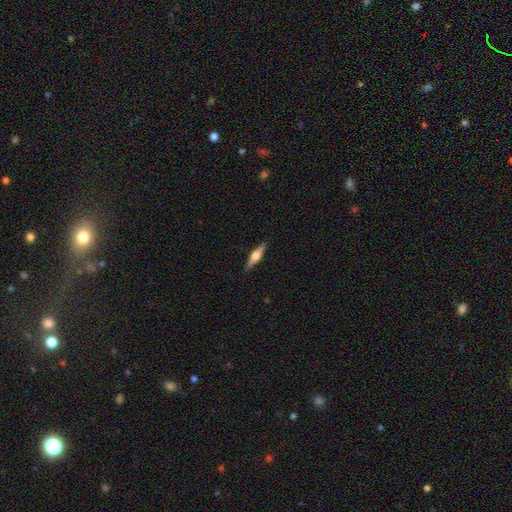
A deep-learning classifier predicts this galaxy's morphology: Smooth or featured? Predicted: featured or disk (p=0.68). Edge-on disk? Predicted: yes (p=0.97). Edge-on bulge? Predicted: rounded (p=0.94). Merging? Predicted: none (p=0.90).